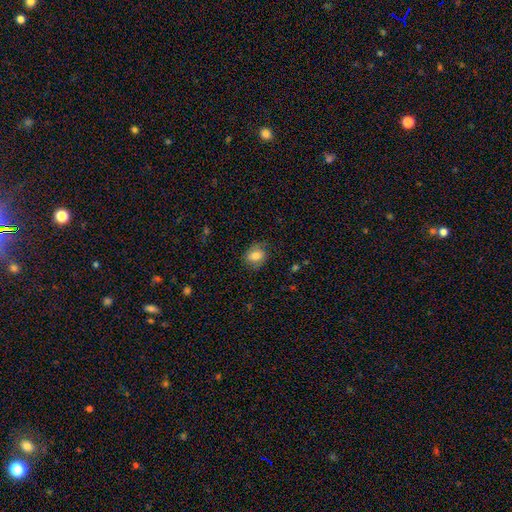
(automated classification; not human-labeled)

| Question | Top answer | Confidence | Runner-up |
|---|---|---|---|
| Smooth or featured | smooth | 72% | featured or disk (20%) |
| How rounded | in between | 59% | round (40%) |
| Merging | none | 71% | minor disturbance (20%) |